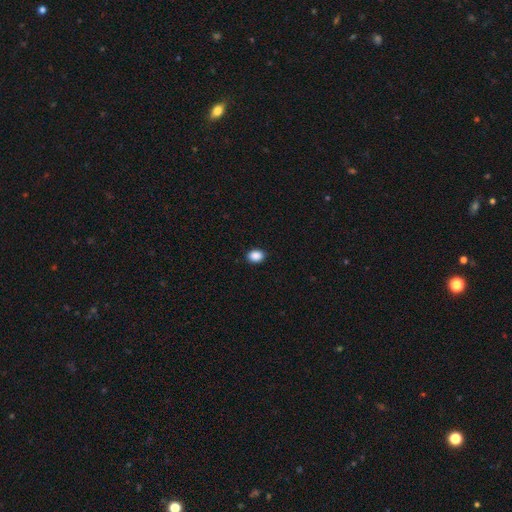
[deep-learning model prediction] Smooth or featured: smooth — 89% (star or artifact — 8%)
How rounded: in between — 60% (round — 39%)
Merging: none — 91% (minor disturbance — 7%)